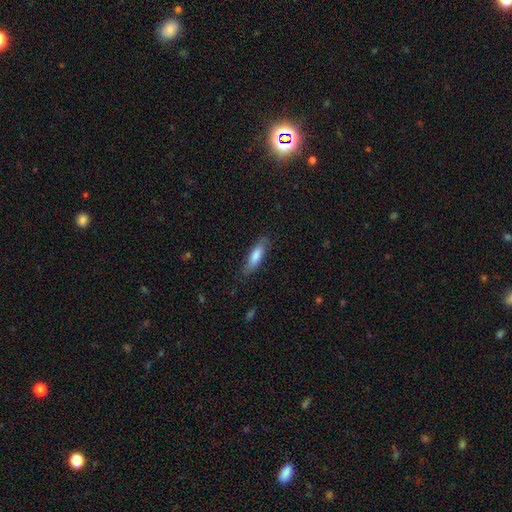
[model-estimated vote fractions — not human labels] smooth-or-featured: smooth: 76% | featured or disk: 18% | star or artifact: 6%
  how-rounded: cigar-shaped: 50% | in between: 48% | round: 2%
  merging: none: 79% | minor disturbance: 17% | major disturbance: 4% | merger: 1%